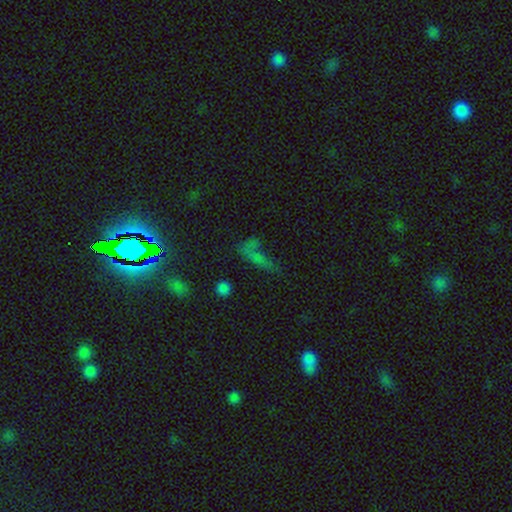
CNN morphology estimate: type=smooth (46%); merging=none (42%).